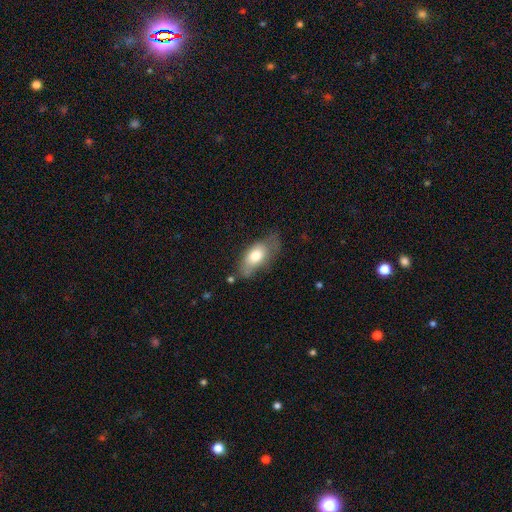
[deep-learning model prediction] smooth_or_featured: smooth (p=0.70) [alt: featured or disk p=0.23]
how_rounded: in between (p=0.87) [alt: cigar-shaped p=0.09]
merging: none (p=0.50) [alt: minor disturbance p=0.33]